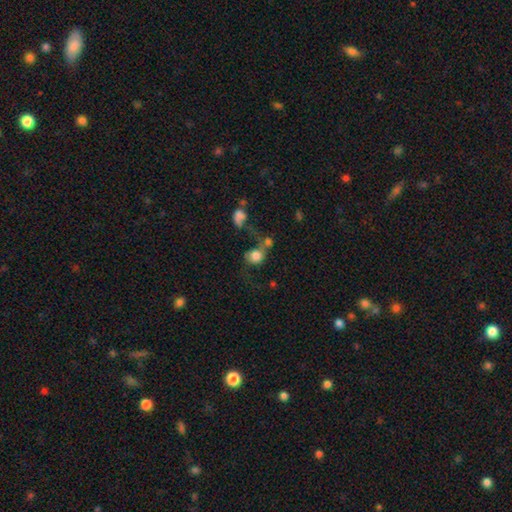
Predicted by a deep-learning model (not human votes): A smooth galaxy with no disk features (72%) that is round (73%).

Vote fractions:
- Smooth or featured? smooth: 72% / featured or disk: 17% / star or artifact: 11%
- How rounded? round: 73% / in between: 26% / cigar-shaped: 1%
- Merging? merger: 48% / none: 23% / major disturbance: 19% / minor disturbance: 11%